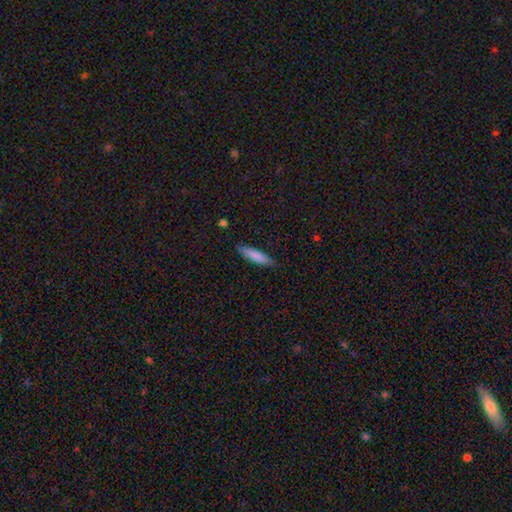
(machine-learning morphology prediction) smooth 82%, featured or disk 13%, star or artifact 6%. Down the decision tree: how rounded — cigar-shaped (76%); merging — none (86%).